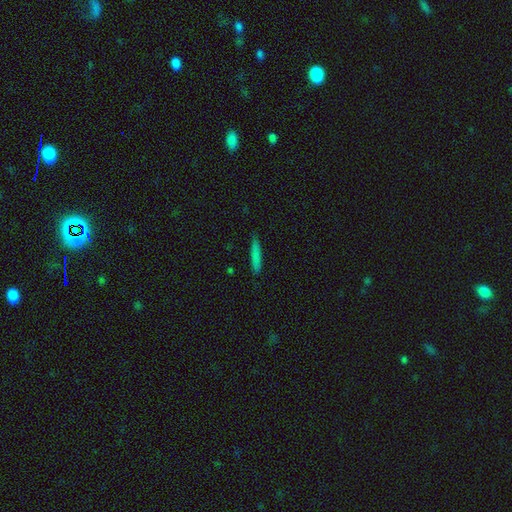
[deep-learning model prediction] Overall: smooth (79%). How rounded: cigar-shaped (91%). Merging: none (87%).